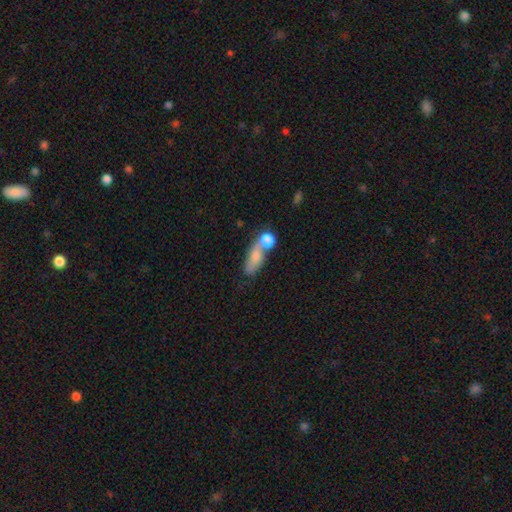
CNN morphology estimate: This appears to be a smooth galaxy with no disk features (69%) that is in between round and cigar-shaped (61%). Merging: merger (45%).